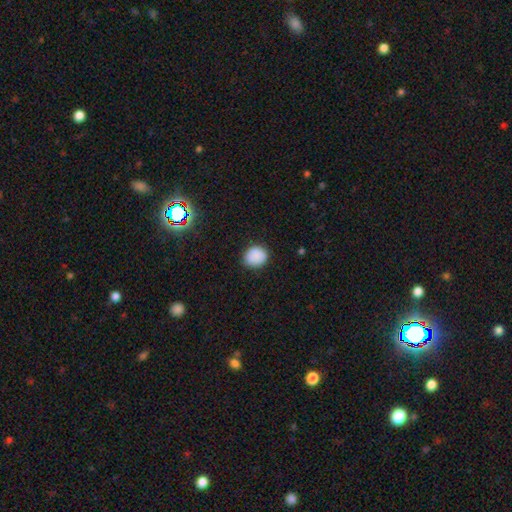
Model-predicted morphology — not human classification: Smooth or featured? smooth (87%)
How rounded? round (73%)
Merging? none (85%)